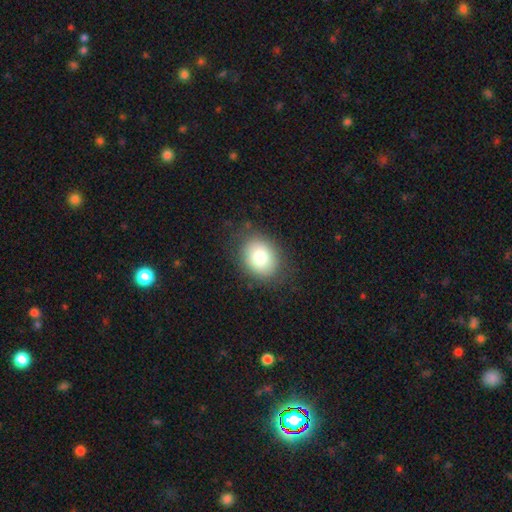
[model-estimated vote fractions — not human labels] A smooth galaxy with no disk features (80%) that is round (50%). Merging: none (81%).